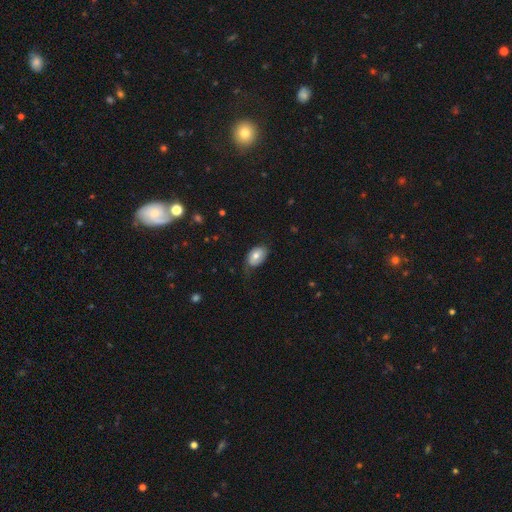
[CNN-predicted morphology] This appears to be a smooth galaxy with no disk features (70%) that is in between round and cigar-shaped (87%). Merging: none (54%).